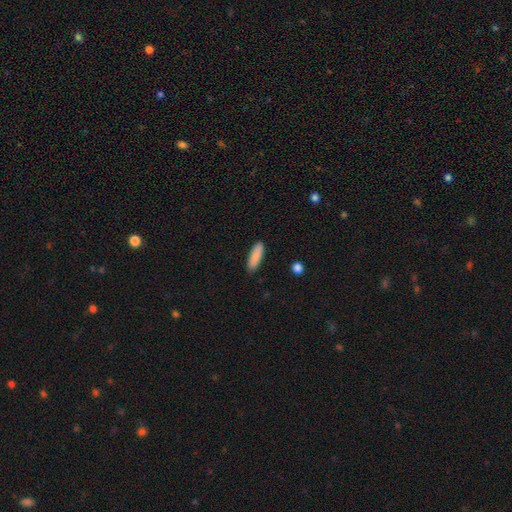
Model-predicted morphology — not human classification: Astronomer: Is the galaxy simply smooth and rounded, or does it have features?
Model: smooth — 88%.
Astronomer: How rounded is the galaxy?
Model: cigar-shaped — 55% (runner-up: in between, 44%).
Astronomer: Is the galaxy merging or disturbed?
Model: none — 88%.